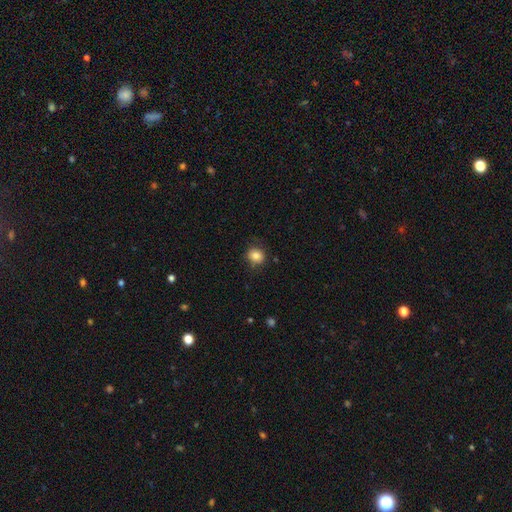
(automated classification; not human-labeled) This is clearly a smooth galaxy (83%). How rounded: likely round (78%). Merging: clearly none (80%).